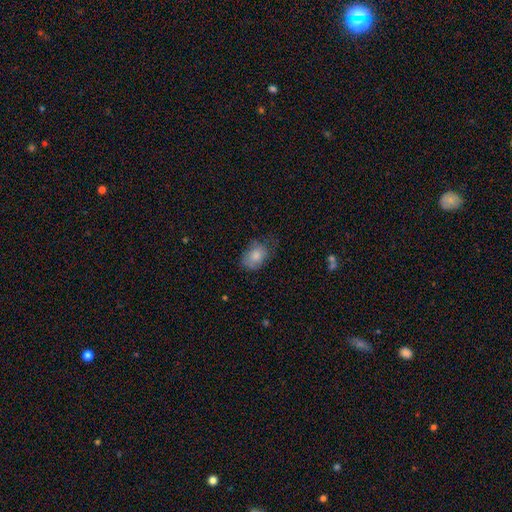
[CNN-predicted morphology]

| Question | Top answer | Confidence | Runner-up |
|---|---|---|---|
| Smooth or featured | smooth | 81% | featured or disk (12%) |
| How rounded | in between | 78% | round (21%) |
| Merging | none | 51% | minor disturbance (33%) |